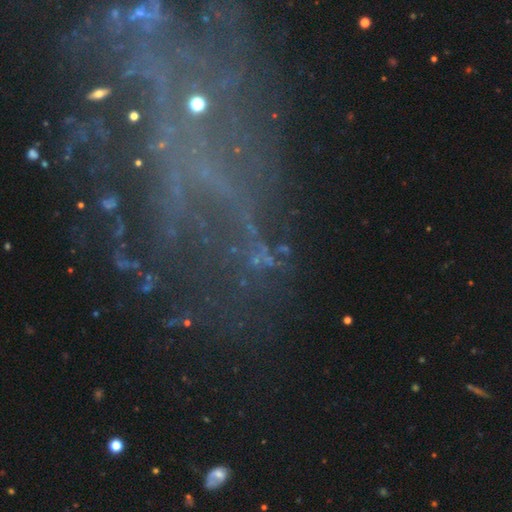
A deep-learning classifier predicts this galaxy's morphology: type=star or artifact (46%).